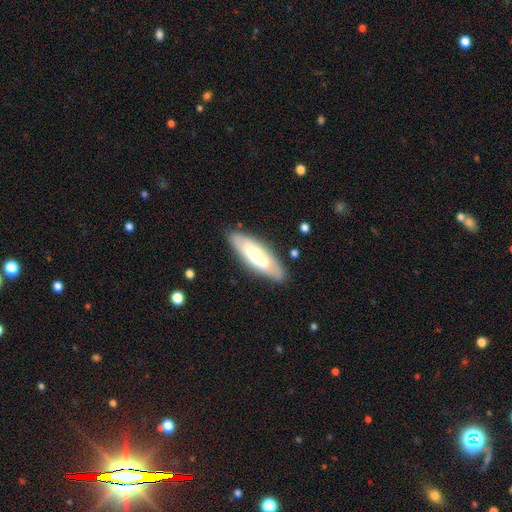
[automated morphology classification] Smooth or featured? Predicted: smooth (p=0.49). Merging? Predicted: none (p=0.81).